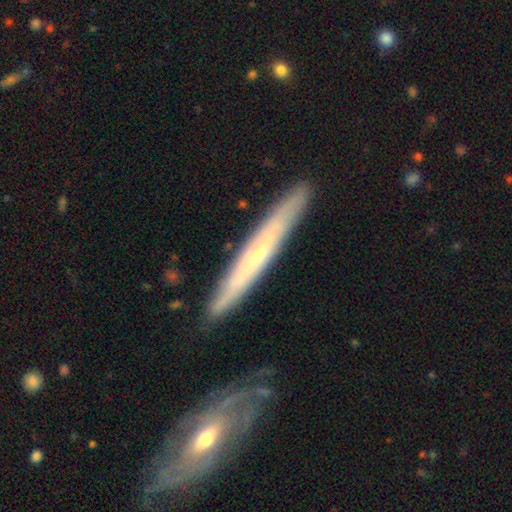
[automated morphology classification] smooth_or_featured: featured or disk (p=0.58) [alt: smooth p=0.37]
disk_edge_on: yes (p=0.83) [alt: no p=0.17]
merging: none (p=0.84) [alt: minor disturbance p=0.11]